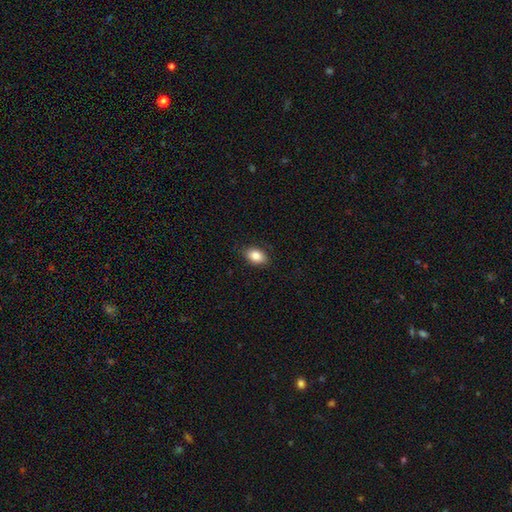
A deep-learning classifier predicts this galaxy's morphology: smooth-or-featured: smooth: 86% | star or artifact: 8% | featured or disk: 6%
  how-rounded: in between: 85% | round: 14% | cigar-shaped: 1%
  merging: none: 85% | minor disturbance: 11% | major disturbance: 2% | merger: 1%